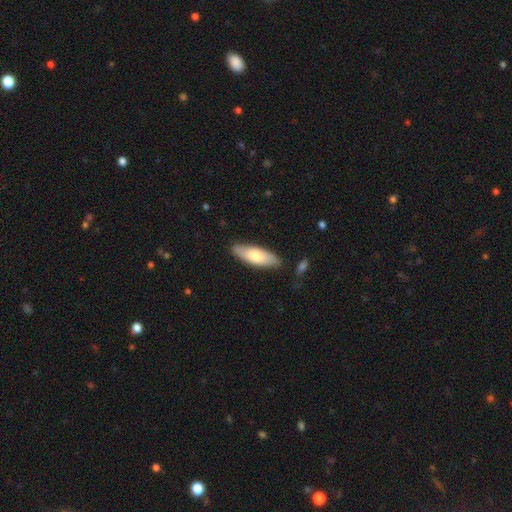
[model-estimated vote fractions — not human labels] smooth_or_featured: smooth (p=0.71) [alt: featured or disk p=0.23]
how_rounded: in between (p=0.60) [alt: cigar-shaped p=0.38]
merging: none (p=0.84) [alt: minor disturbance p=0.12]